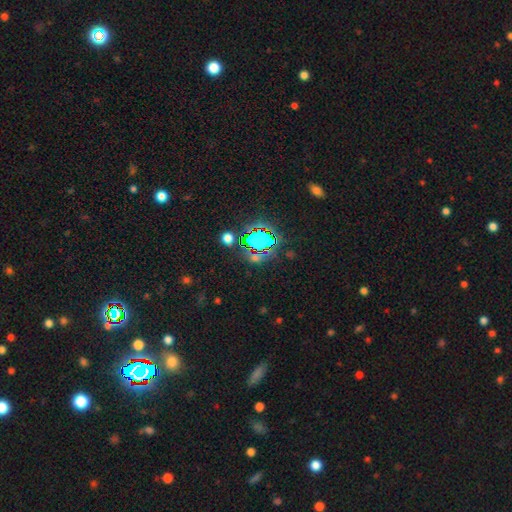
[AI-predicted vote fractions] This appears to be a star or artifact, not a galaxy (73%).